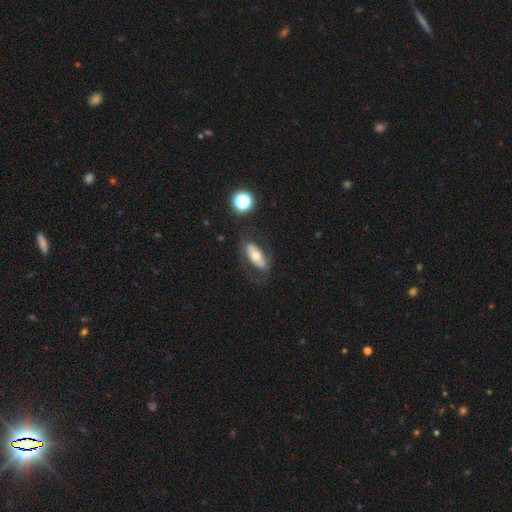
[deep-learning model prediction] Morphology: type=smooth (49%); merging=none (69%).